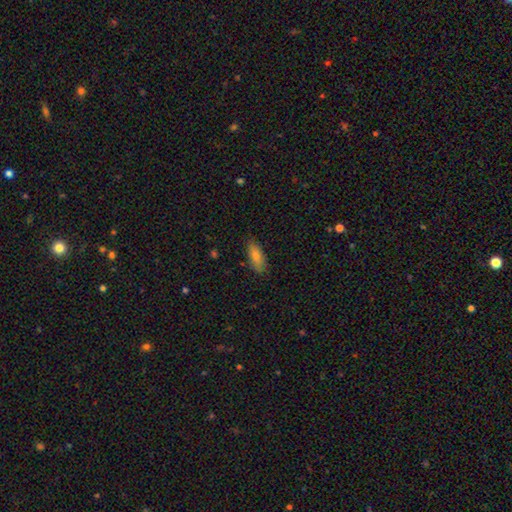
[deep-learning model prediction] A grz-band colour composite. It shows a smooth galaxy with no disk features (76%) that is in between round and cigar-shaped (68%). Merging: none (85%).